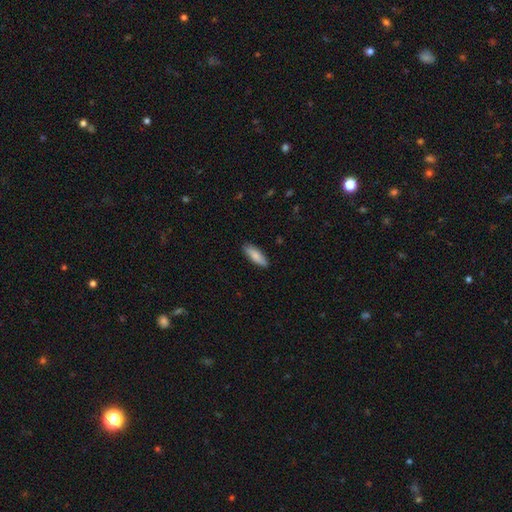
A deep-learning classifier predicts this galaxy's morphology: A smooth galaxy with no disk features (83%) that is in between round and cigar-shaped (49%, tied with cigar-shaped).

Vote fractions:
- Smooth or featured? smooth: 83% / featured or disk: 11% / star or artifact: 6%
- How rounded? in between: 49% (tied) / cigar-shaped: 49% (tied) / round: 2%
- Merging? none: 87% / minor disturbance: 10% / major disturbance: 2% / merger: 1%